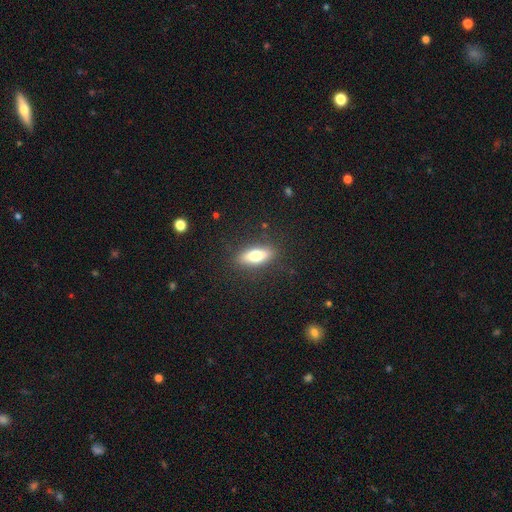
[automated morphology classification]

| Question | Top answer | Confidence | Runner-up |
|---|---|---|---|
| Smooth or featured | smooth | 70% | featured or disk (23%) |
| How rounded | in between | 65% | cigar-shaped (32%) |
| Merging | none | 86% | minor disturbance (10%) |